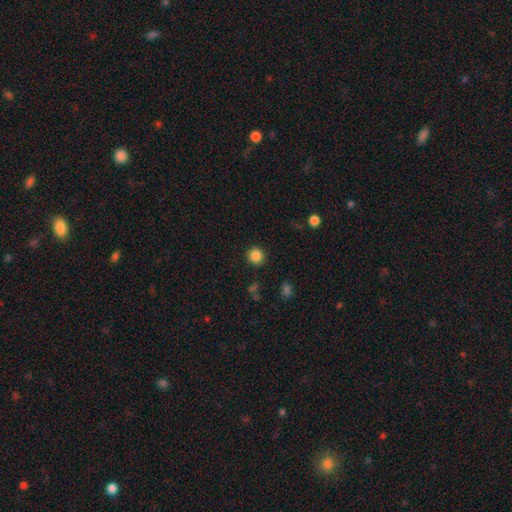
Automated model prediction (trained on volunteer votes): The model was most divided on "smooth or featured": smooth: 85%, star or artifact: 11%, featured or disk: 4%. More confident: how rounded — round (91%); merging — none (89%).